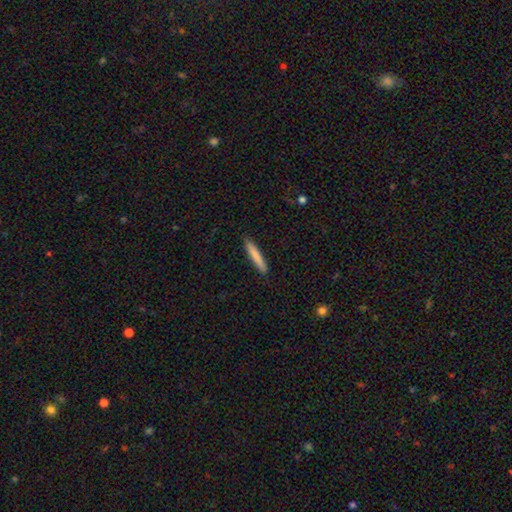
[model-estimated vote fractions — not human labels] A smooth galaxy with no disk features (81%) that is cigar-shaped (94%).

Vote fractions:
- Smooth or featured? smooth: 81% / featured or disk: 14% / star or artifact: 6%
- How rounded? cigar-shaped: 94% / in between: 5% / round: 1%
- Merging? none: 90% / minor disturbance: 7% / major disturbance: 1% / merger: 1%